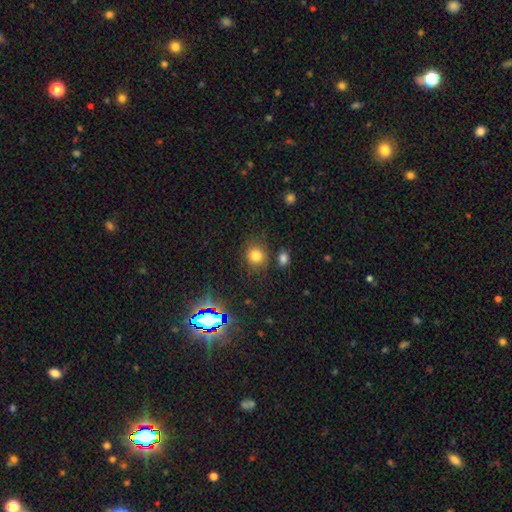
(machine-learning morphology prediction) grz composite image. It shows a smooth galaxy with no disk features (78%) that is round (81%). Merging: none (79%).